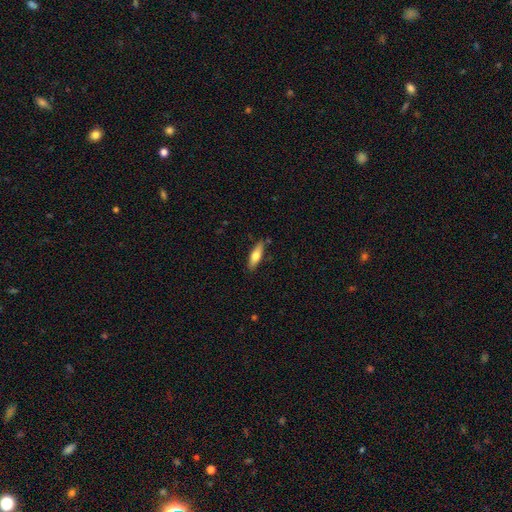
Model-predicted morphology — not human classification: type=smooth (63%); roundness=cigar-shaped (54%); merging=none (83%).